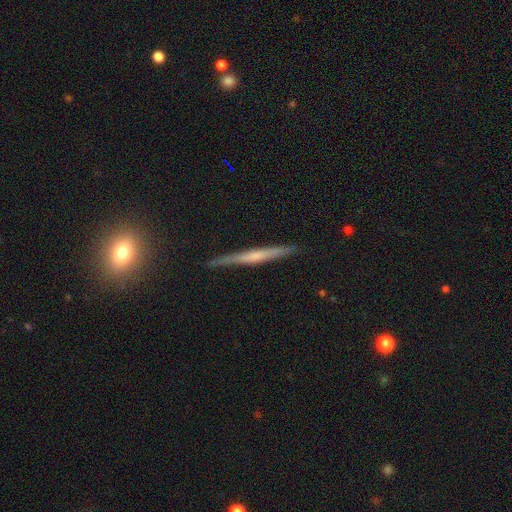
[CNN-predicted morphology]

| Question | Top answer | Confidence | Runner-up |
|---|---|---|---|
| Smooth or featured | featured or disk | 59% | smooth (34%) |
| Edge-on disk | yes | 97% | no (3%) |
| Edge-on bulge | none | 56% | rounded (31%) |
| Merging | none | 86% | minor disturbance (10%) |